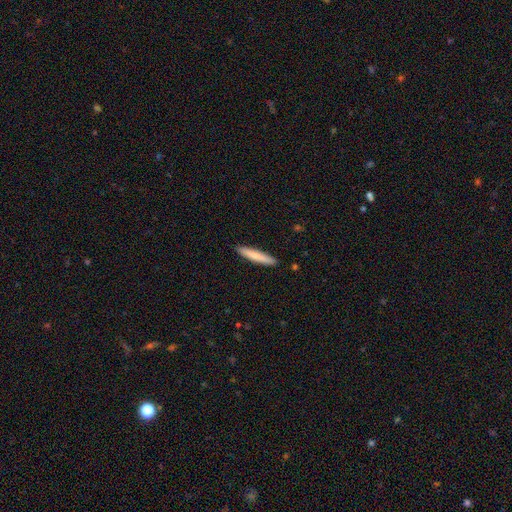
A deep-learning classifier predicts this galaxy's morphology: Smooth or featured? smooth (77%)
How rounded? cigar-shaped (93%)
Merging? none (91%)